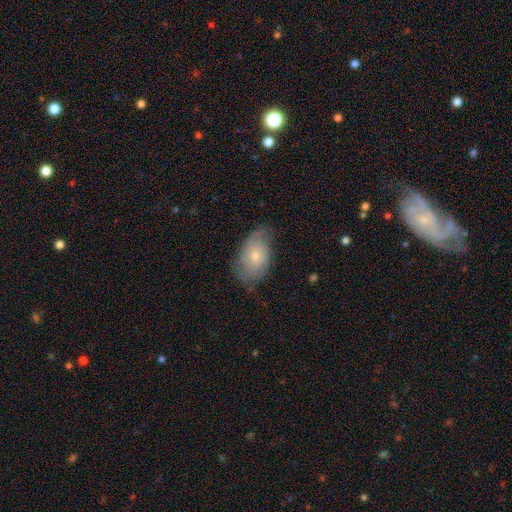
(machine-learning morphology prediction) smooth_or_featured: smooth (p=0.59) [alt: featured or disk p=0.34]
how_rounded: in between (p=0.90) [alt: round p=0.08]
merging: none (p=0.61) [alt: minor disturbance p=0.29]